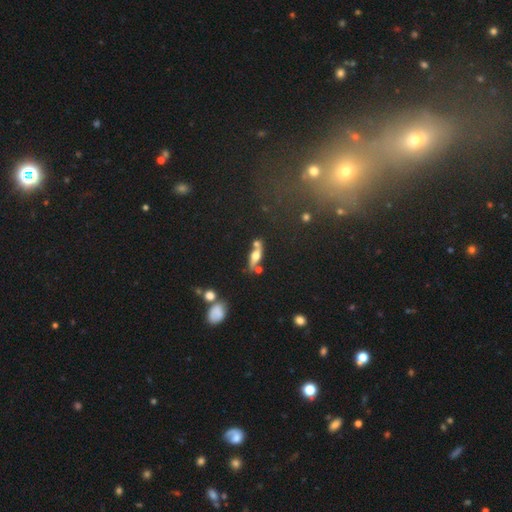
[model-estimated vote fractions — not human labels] featured or disk 54%, smooth 37%, star or artifact 8%. Down the decision tree: edge-on disk — yes (81%); merging — none (61%).